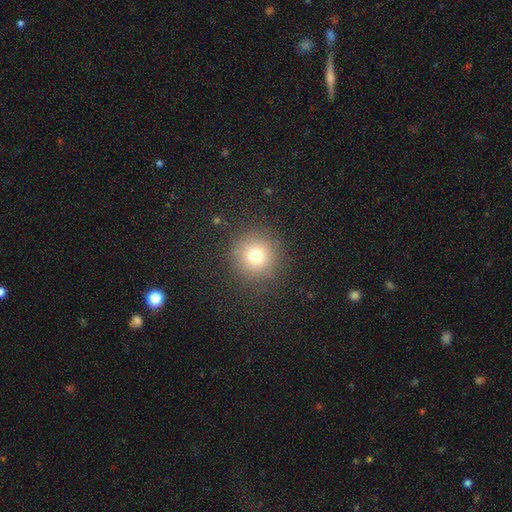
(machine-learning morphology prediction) Smooth or featured? Predicted: smooth (p=0.75). How rounded? Predicted: round (p=0.94). Merging? Predicted: none (p=0.89).